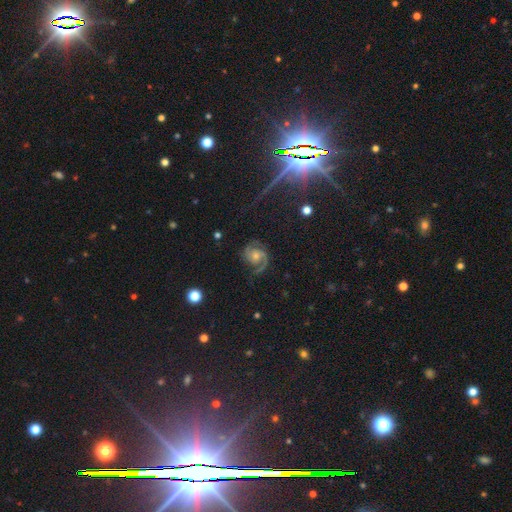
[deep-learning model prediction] Q: Smooth or featured?
A: featured or disk (81%); runner-up: star or artifact (11%)
Q: Edge-on disk?
A: no (98%); runner-up: yes (2%)
Q: Bar?
A: no (69%); runner-up: weak (25%)
Q: Spiral arms?
A: yes (97%); runner-up: no (3%)
Q: Spiral winding?
A: medium (50%); runner-up: tight (36%)
Q: Spiral arm count?
A: 2 (78%); runner-up: 1 (9%)
Q: Bulge size?
A: moderate (53%); runner-up: small (38%)
Q: Merging?
A: none (71%); runner-up: minor disturbance (16%)